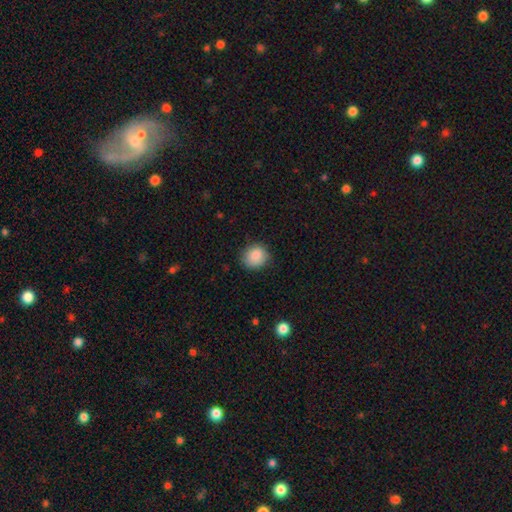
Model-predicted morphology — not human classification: This appears to be a smooth galaxy with no disk features (86%) that is round (82%). Merging: none (80%).